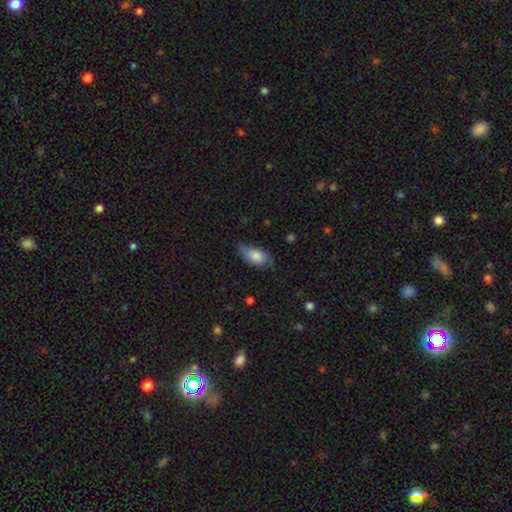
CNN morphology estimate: smooth_or_featured: smooth (p=0.76) [alt: featured or disk p=0.17]
how_rounded: in between (p=0.90) [alt: cigar-shaped p=0.06]
merging: none (p=0.57) [alt: minor disturbance p=0.33]